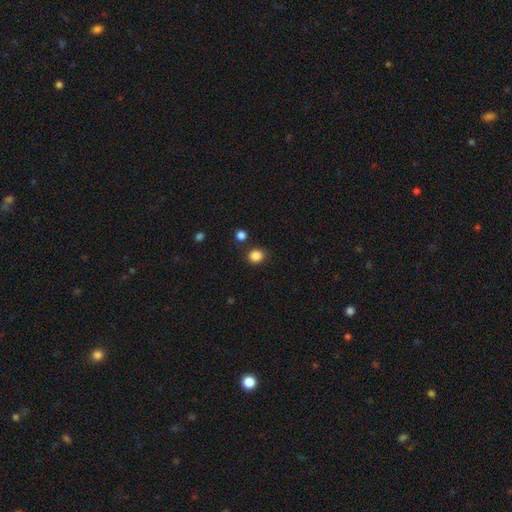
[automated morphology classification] Smooth or featured?
  - smooth: 85% *
  - star or artifact: 11%
  - featured or disk: 3%
How rounded?
  - round: 80% *
  - in between: 19%
  - cigar-shaped: 1%
Merging?
  - none: 84% *
  - minor disturbance: 9%
  - merger: 4%
  - major disturbance: 3%